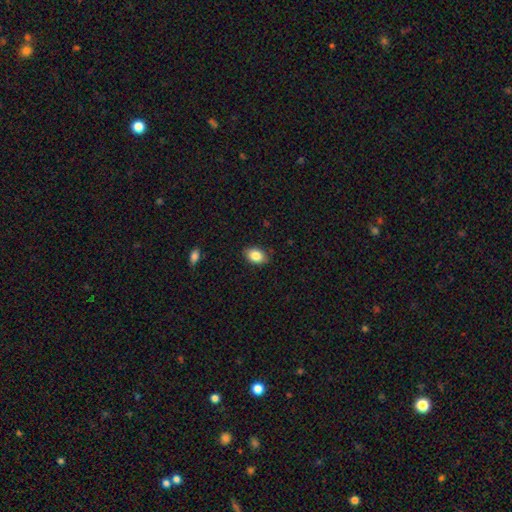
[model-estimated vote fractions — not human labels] This is clearly a smooth galaxy (85%). How rounded: clearly in between (86%). Merging: clearly none (86%).